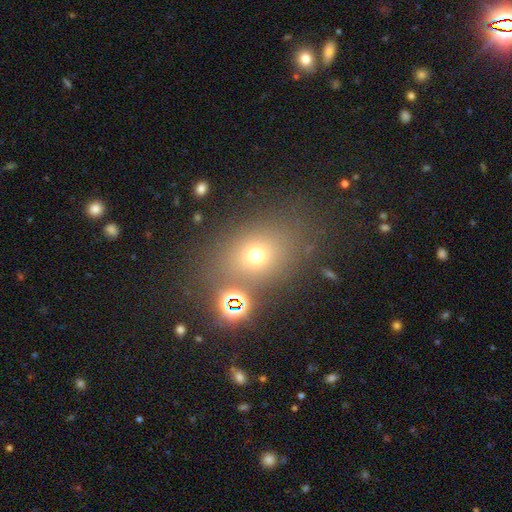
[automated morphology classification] Smooth or featured? Predicted: smooth (p=0.64). How rounded? Predicted: in between (p=0.51). Merging? Predicted: none (p=0.73).